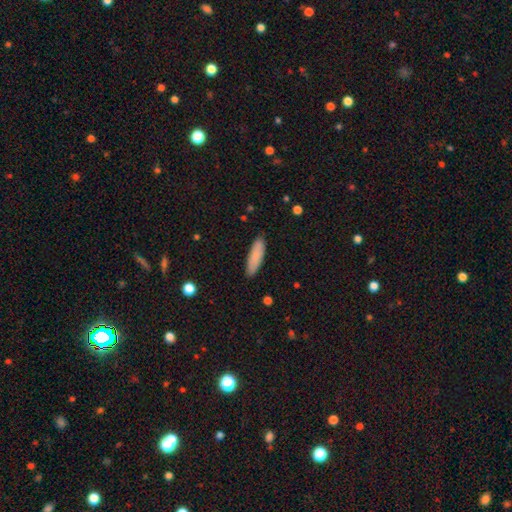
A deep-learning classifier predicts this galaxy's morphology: A smooth galaxy with no disk features (87%) that is cigar-shaped (60%). Merging: none (88%).